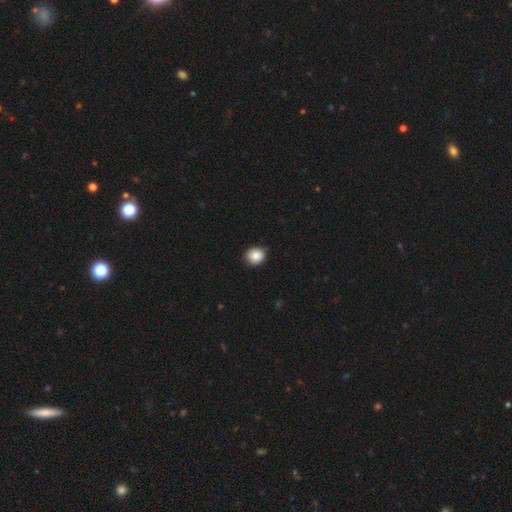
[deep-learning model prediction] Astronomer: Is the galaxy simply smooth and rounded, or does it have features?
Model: smooth — 87%.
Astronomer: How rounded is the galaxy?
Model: round — 83%.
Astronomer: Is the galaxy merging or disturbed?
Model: none — 83%.